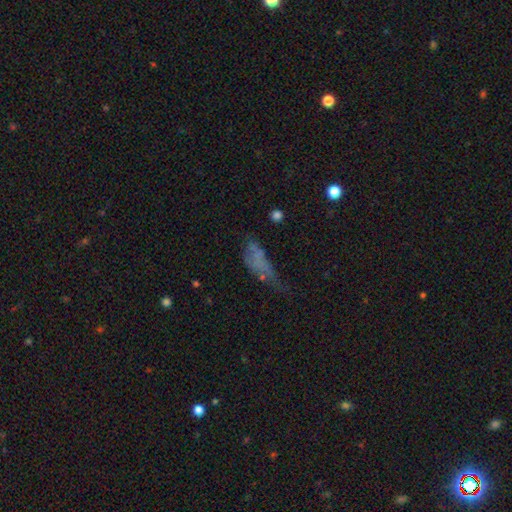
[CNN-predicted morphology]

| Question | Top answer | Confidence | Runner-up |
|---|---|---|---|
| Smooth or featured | smooth | 50% | featured or disk (32%) |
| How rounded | in between | 69% | cigar-shaped (26%) |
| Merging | major disturbance | 43% | none (24%) |